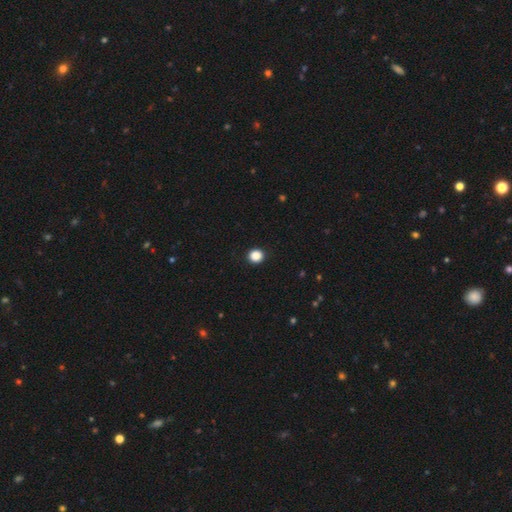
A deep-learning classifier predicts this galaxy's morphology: A smooth galaxy with no disk features (87%) that is round (91%). Merging: none (93%).